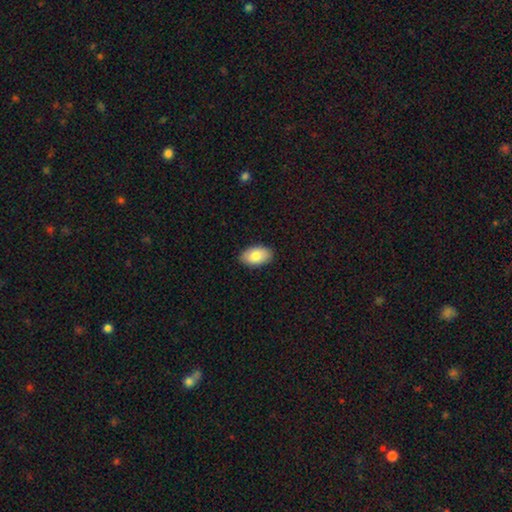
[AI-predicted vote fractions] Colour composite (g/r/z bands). It shows a smooth galaxy with no disk features (82%) that is in between round and cigar-shaped (93%). Merging: none (88%).